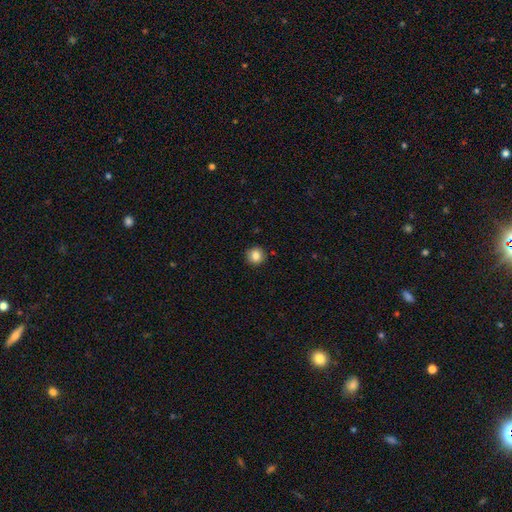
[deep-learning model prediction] A smooth galaxy with no disk features (84%) that is round (94%). Merging: none (91%).